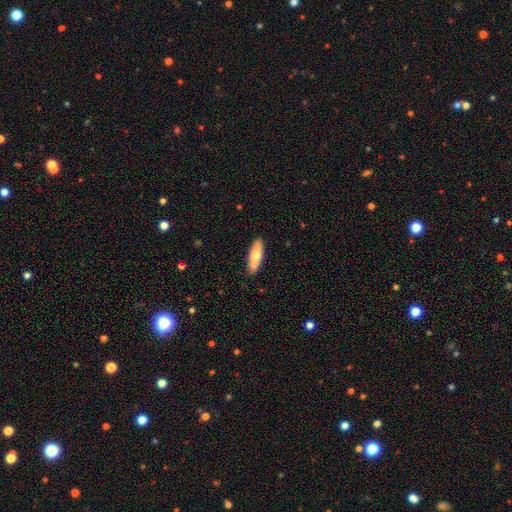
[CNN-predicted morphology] A smooth galaxy with no disk features (66%) that is in between round and cigar-shaped (54%). Merging: none (88%).